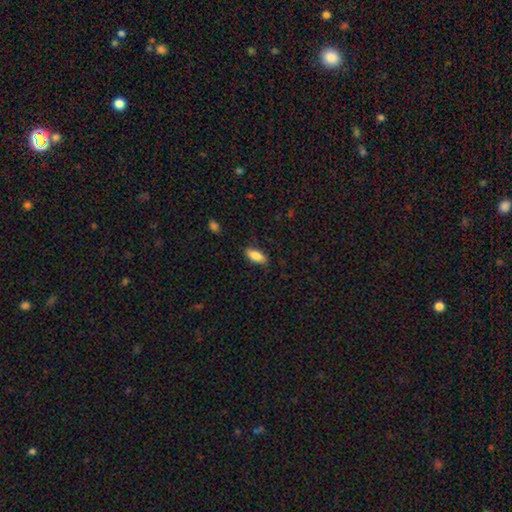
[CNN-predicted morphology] This appears to be a smooth galaxy with no disk features (84%) that is in between round and cigar-shaped (83%). Merging: none (84%).